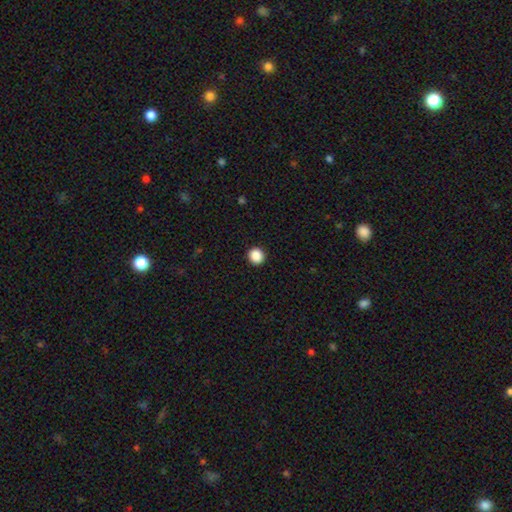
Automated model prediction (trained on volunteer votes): This is clearly a smooth galaxy (88%). How rounded: clearly round (92%). Merging: clearly none (93%).